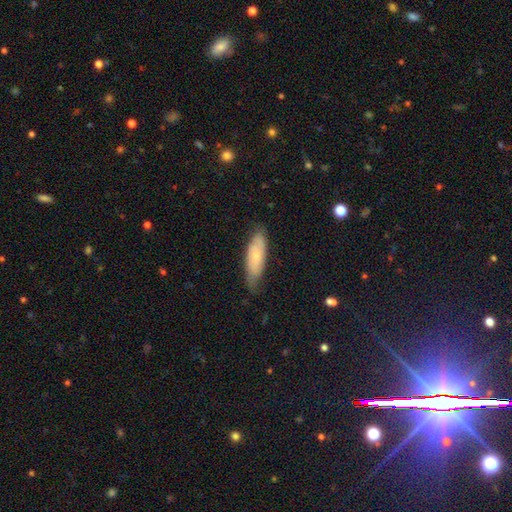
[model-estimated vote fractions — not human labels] Smooth or featured: smooth — 57% (featured or disk — 37%)
How rounded: in between — 55% (cigar-shaped — 43%)
Merging: none — 70% (minor disturbance — 24%)